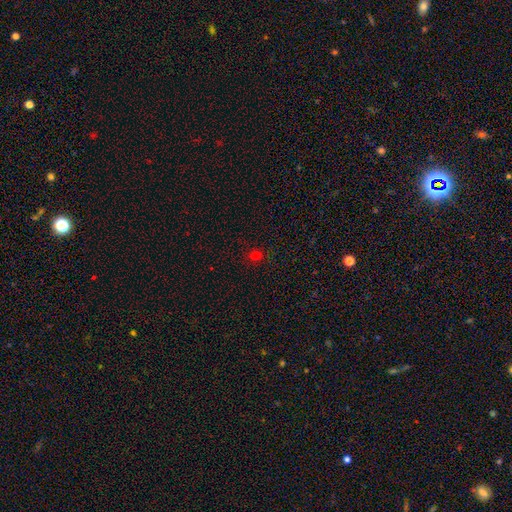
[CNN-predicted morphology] type=smooth (72%); roundness=round (86%); merging=none (88%).